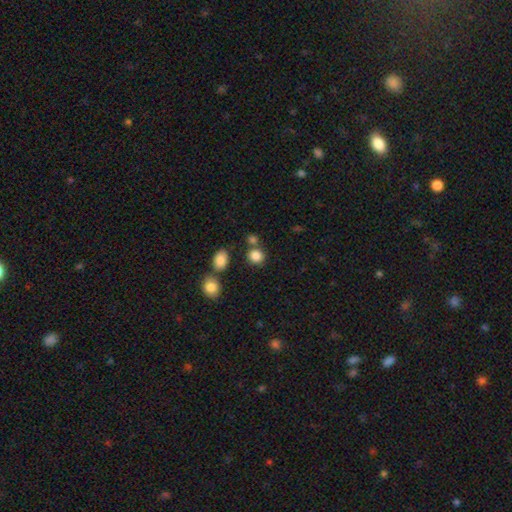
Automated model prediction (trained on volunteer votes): Smooth or featured? Predicted: smooth (p=0.85). How rounded? Predicted: round (p=0.78). Merging? Predicted: none (p=0.70).